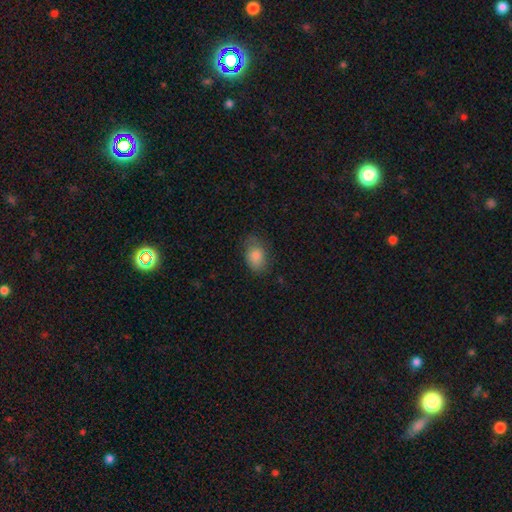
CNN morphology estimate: A smooth galaxy with no disk features (84%) that is in between round and cigar-shaped (82%).

Vote fractions:
- Smooth or featured? smooth: 84% / star or artifact: 9% / featured or disk: 7%
- How rounded? in between: 82% / round: 16% / cigar-shaped: 1%
- Merging? none: 71% / minor disturbance: 22% / major disturbance: 6% / merger: 1%